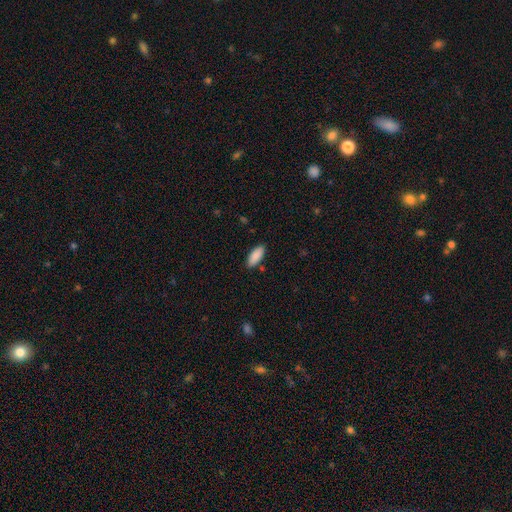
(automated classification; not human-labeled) Smooth or featured? Predicted: smooth (p=0.89). How rounded? Predicted: in between (p=0.81). Merging? Predicted: none (p=0.86).